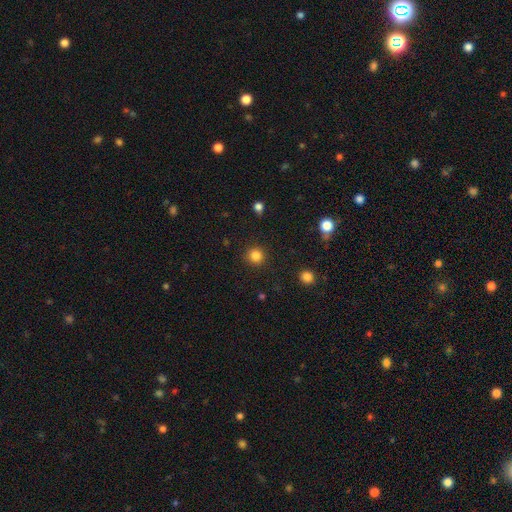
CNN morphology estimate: A smooth galaxy with no disk features (84%) that is round (94%). Merging: none (91%).